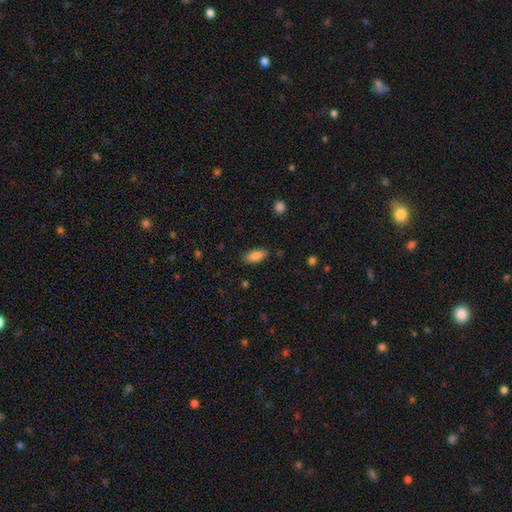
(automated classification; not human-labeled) Smooth or featured? Predicted: smooth (p=0.86). How rounded? Predicted: in between (p=0.87). Merging? Predicted: none (p=0.83).